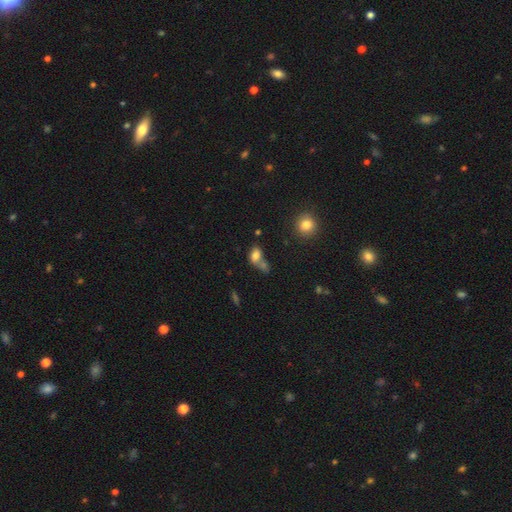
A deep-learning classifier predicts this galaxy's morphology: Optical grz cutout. It shows a smooth galaxy with no disk features (75%) that is in between round and cigar-shaped (78%). Merging: merger (49%).